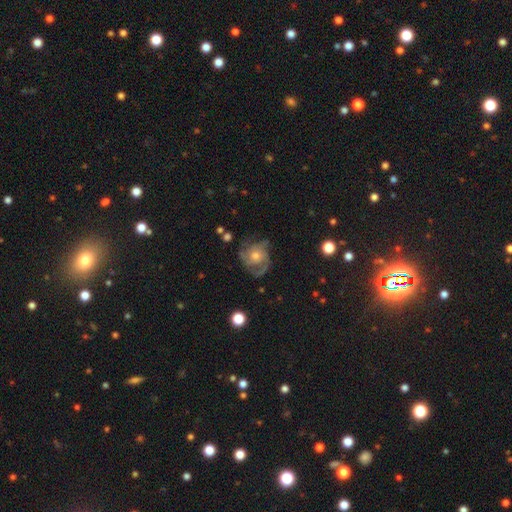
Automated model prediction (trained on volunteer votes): A featured or disk galaxy (83%) with no bar (77%), 3 (47%) medium (45%) spiral arms (96%) and a moderate central bulge (57%).

Vote fractions:
- Smooth or featured? featured or disk: 83% / smooth: 10% / star or artifact: 7%
- Edge-on disk? no: 98% / yes: 2%
- Bar? no: 77% / weak: 20% / strong: 3%
- Spiral arms? yes: 96% / no: 4%
- Spiral winding? medium: 45% / tight: 44% / loose: 11%
- Spiral arm count? 3: 47% / 2: 16% / can't tell: 15% / 4: 11% / 1: 6% / more than 4: 5%
- Bulge size? moderate: 57% / small: 35% / large: 4% / none: 2% / dominant: 1%
- Merging? none: 69% / minor disturbance: 18% / major disturbance: 11% / merger: 2%